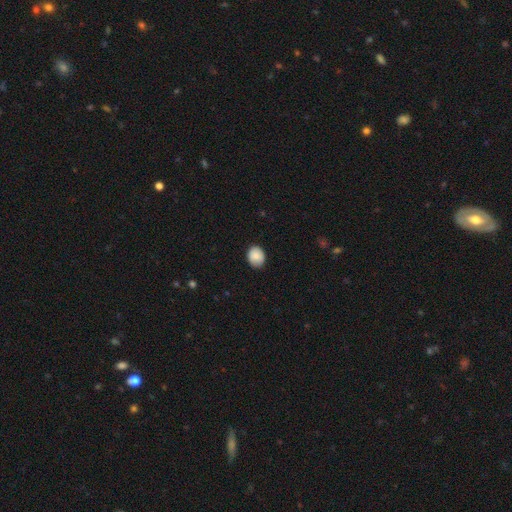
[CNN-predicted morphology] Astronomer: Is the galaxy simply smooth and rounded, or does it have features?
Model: smooth — 88%.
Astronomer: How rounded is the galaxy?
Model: round — 54% (runner-up: in between, 45%).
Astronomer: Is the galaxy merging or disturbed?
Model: none — 84%.